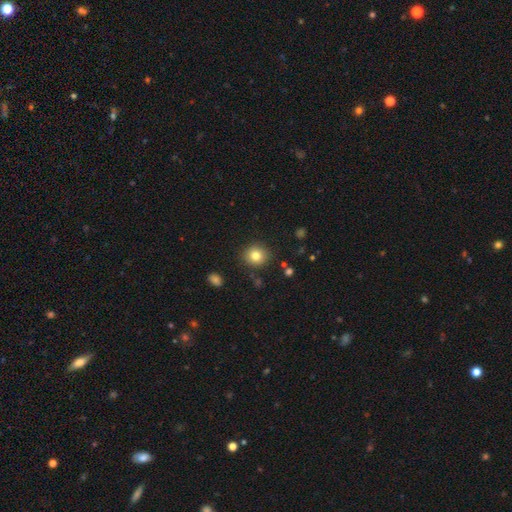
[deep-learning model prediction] Smooth or featured: smooth — 81% (star or artifact — 11%)
How rounded: round — 86% (in between — 13%)
Merging: none — 88% (minor disturbance — 7%)